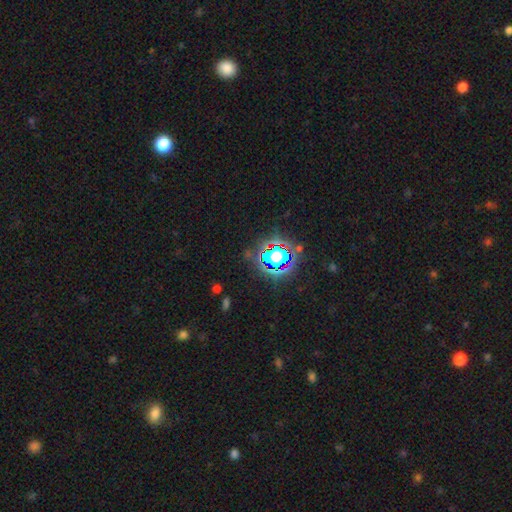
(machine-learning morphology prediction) Smooth or featured: star or artifact — 80% (smooth — 12%)